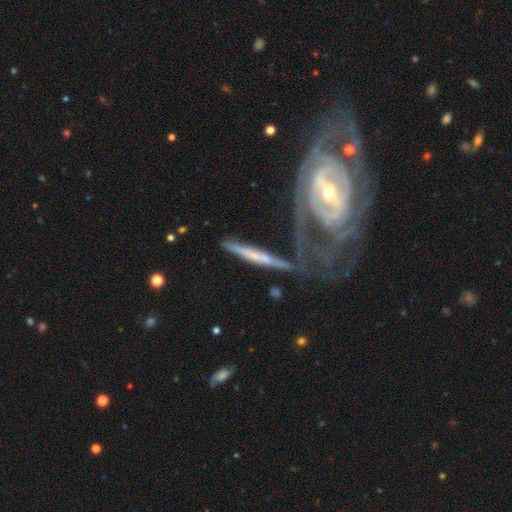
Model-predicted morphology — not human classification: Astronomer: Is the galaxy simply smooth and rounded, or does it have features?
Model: featured or disk — 66%.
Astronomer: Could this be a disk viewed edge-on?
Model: yes — 67%.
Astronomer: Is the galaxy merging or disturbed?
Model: none — 57%.